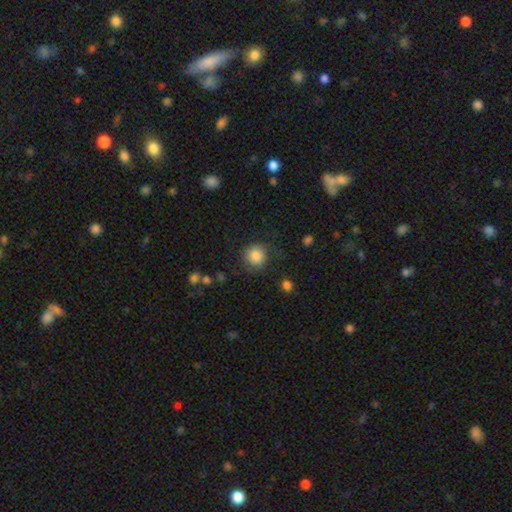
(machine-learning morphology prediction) Smooth or featured?
  - smooth: 85% *
  - star or artifact: 9%
  - featured or disk: 6%
How rounded?
  - round: 90% *
  - in between: 9%
  - cigar-shaped: 1%
Merging?
  - none: 77% *
  - minor disturbance: 15%
  - major disturbance: 7%
  - merger: 2%